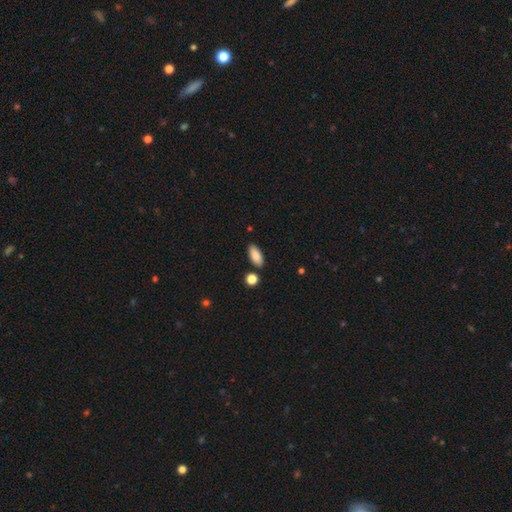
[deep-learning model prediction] smooth_or_featured: smooth (p=0.88) [alt: star or artifact p=0.07]
how_rounded: in between (p=0.88) [alt: cigar-shaped p=0.09]
merging: none (p=0.83) [alt: minor disturbance p=0.10]